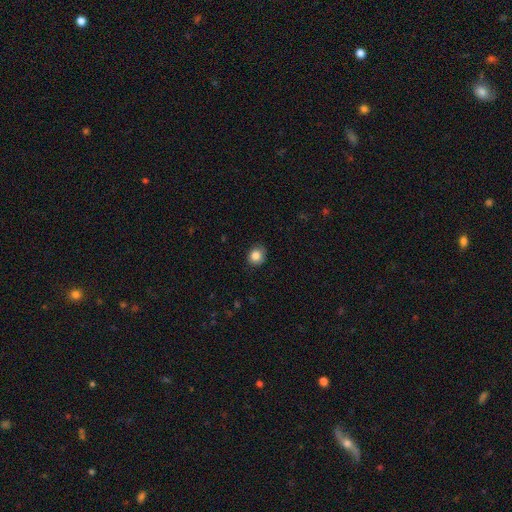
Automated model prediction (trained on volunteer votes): Smooth or featured?
  - smooth: 84% *
  - star or artifact: 9%
  - featured or disk: 6%
How rounded?
  - round: 79% *
  - in between: 21%
  - cigar-shaped: 1%
Merging?
  - none: 80% *
  - minor disturbance: 16%
  - major disturbance: 3%
  - merger: 1%